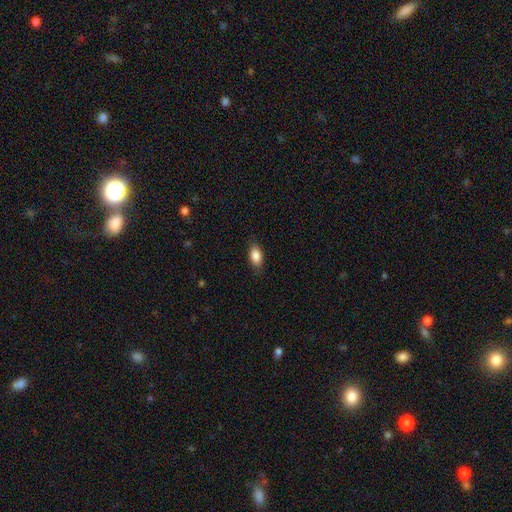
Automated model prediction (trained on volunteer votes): Morphology: type=smooth (85%); roundness=in between (88%); merging=none (84%).